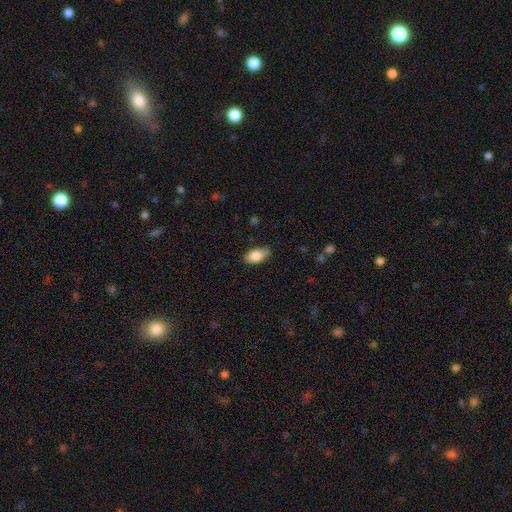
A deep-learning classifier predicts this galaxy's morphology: type=smooth (86%); roundness=in between (92%); merging=none (75%).